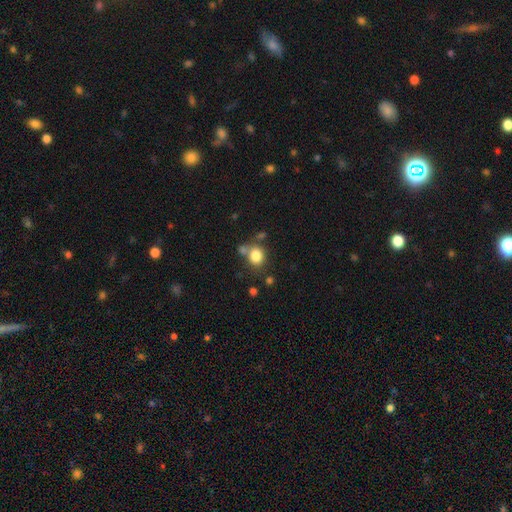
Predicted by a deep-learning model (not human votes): A smooth galaxy with no disk features (81%) that is round (70%). Merging: none (59%).